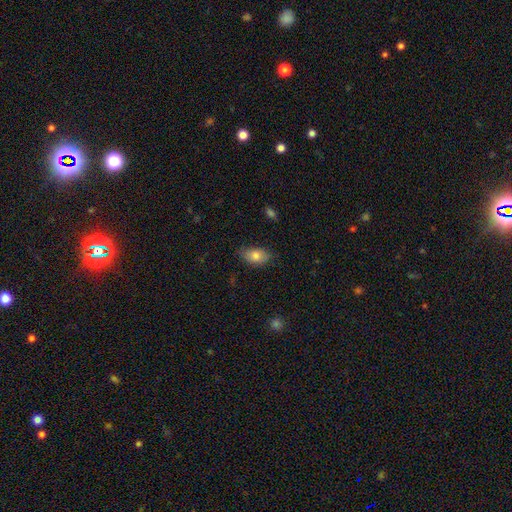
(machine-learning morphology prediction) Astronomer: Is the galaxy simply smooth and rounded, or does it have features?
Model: smooth — 81%.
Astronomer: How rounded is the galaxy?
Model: in between — 90%.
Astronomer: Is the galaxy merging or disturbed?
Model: none — 76%.